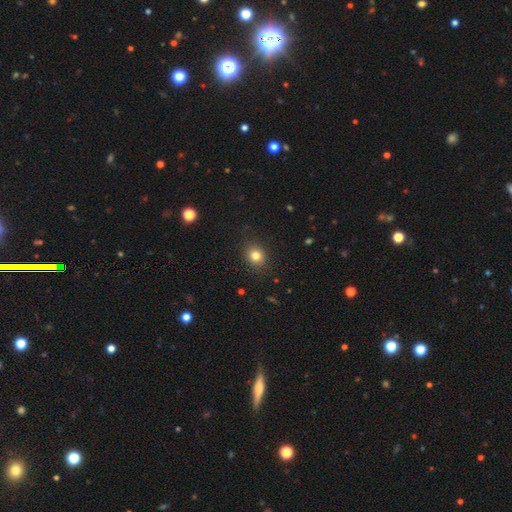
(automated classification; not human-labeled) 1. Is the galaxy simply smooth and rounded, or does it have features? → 80% smooth, 12% star or artifact, 7% featured or disk.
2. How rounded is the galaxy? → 69% round, 30% in between, 1% cigar-shaped.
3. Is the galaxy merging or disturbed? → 87% none, 9% minor disturbance, 2% major disturbance, 1% merger.